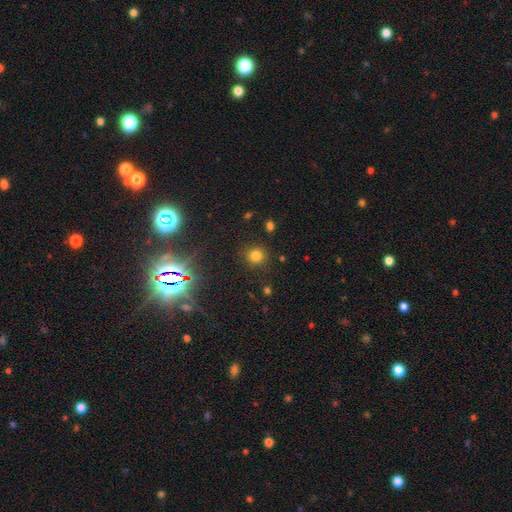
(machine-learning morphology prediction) type=smooth (74%); roundness=round (91%); merging=none (87%).